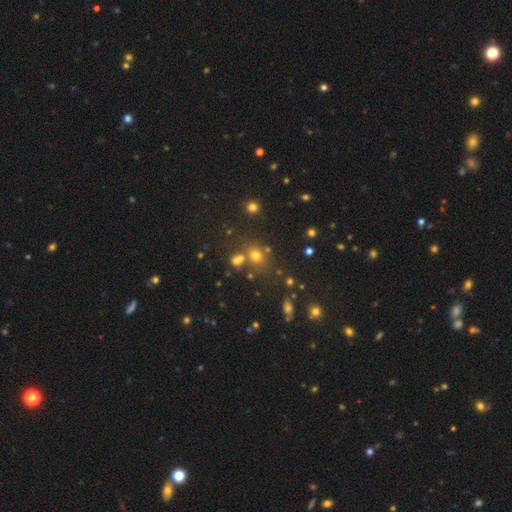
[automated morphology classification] A smooth galaxy with no disk features (58%) that is round (76%).

Vote fractions:
- Smooth or featured? smooth: 58% / star or artifact: 31% / featured or disk: 11%
- How rounded? round: 76% / in between: 23% / cigar-shaped: 1%
- Merging? none: 63% / merger: 22% / minor disturbance: 10% / major disturbance: 5%